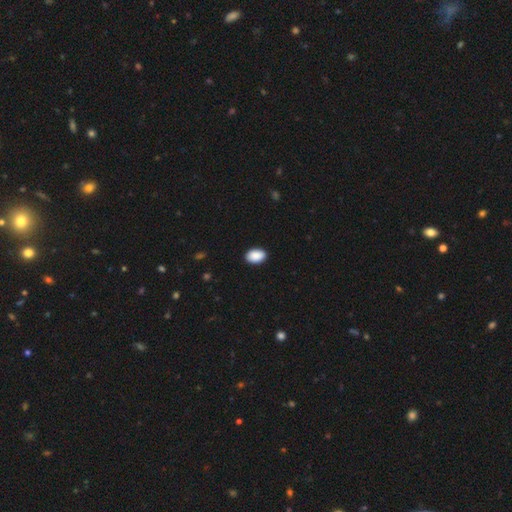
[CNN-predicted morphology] Smooth or featured? Predicted: smooth (p=0.91). How rounded? Predicted: in between (p=0.88). Merging? Predicted: none (p=0.90).